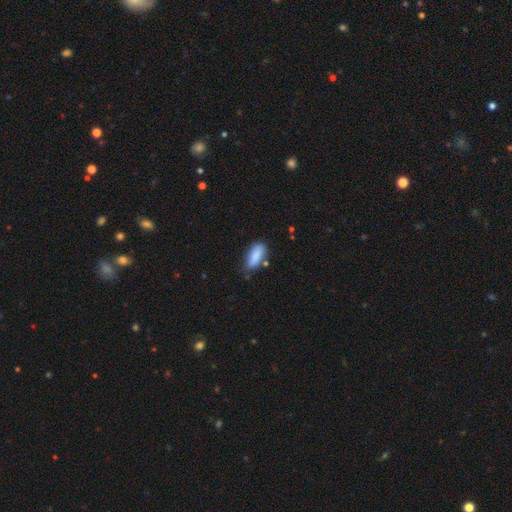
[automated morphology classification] Overall: smooth (86%). How rounded: in between (78%). Merging: none (64%; minor disturbance 26%).